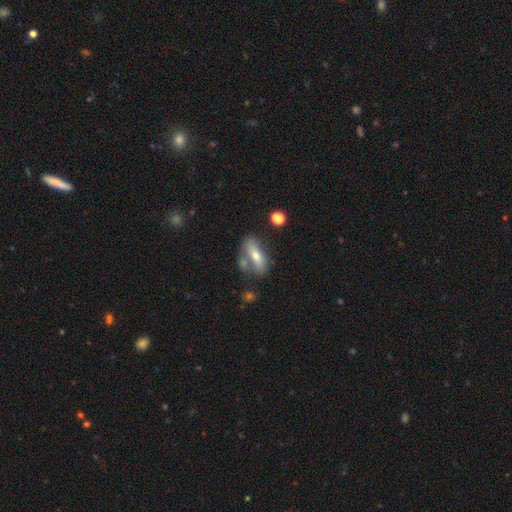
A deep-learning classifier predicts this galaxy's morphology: A smooth galaxy with no disk features (59%) that is in between round and cigar-shaped (60%). Merging: none (53%).